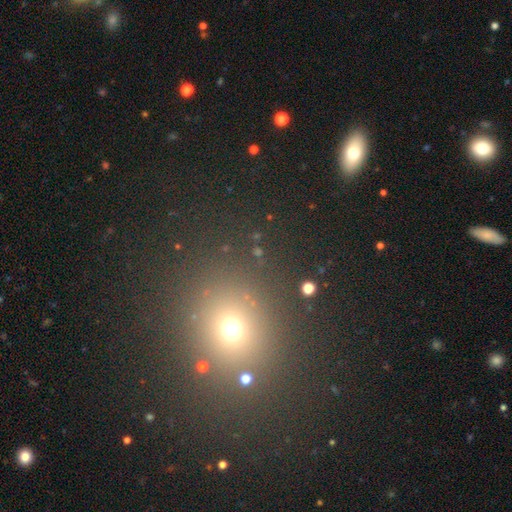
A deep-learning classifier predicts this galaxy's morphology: Smooth or featured? smooth (55%)
How rounded? round (76%)
Merging? none (84%)